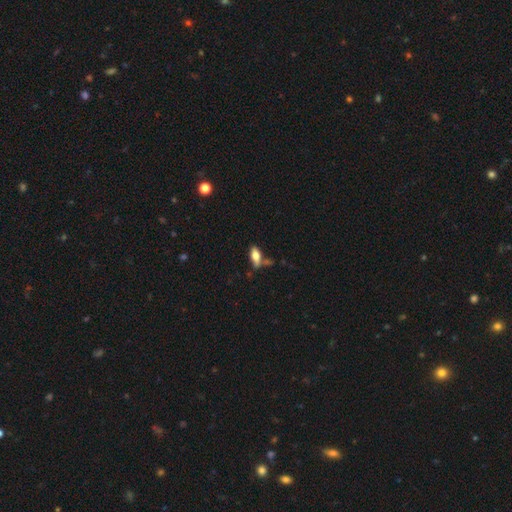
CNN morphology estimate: The model was most divided on "merging": none: 54%, minor disturbance: 22%, merger: 16%, major disturbance: 8%. More confident: how rounded — in between (79%); smooth or featured — smooth (69%).